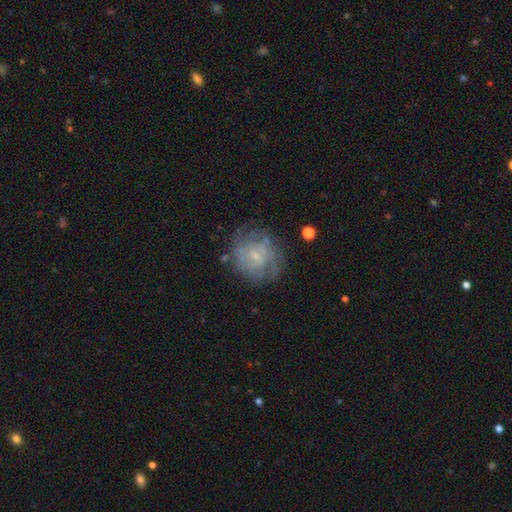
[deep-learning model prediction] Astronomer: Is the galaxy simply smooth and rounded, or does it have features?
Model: featured or disk — 69%.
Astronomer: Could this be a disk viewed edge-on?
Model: no — 98%.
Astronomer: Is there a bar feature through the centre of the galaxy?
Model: no — 48% (runner-up: weak, 45%).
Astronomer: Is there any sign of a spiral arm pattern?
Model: yes — 78%.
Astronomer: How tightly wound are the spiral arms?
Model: tight — 55% (runner-up: medium, 33%).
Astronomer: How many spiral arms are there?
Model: can't tell — 51%.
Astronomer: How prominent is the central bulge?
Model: small — 69%.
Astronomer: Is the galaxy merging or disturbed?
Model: none — 68%.